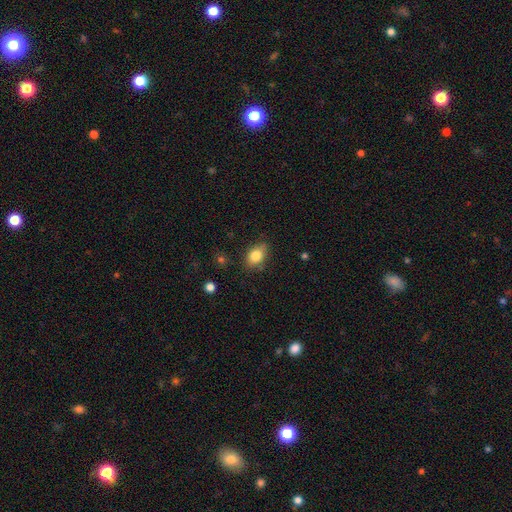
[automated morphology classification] Smooth or featured: smooth — 81% (featured or disk — 10%)
How rounded: in between — 76% (round — 22%)
Merging: none — 75% (minor disturbance — 19%)